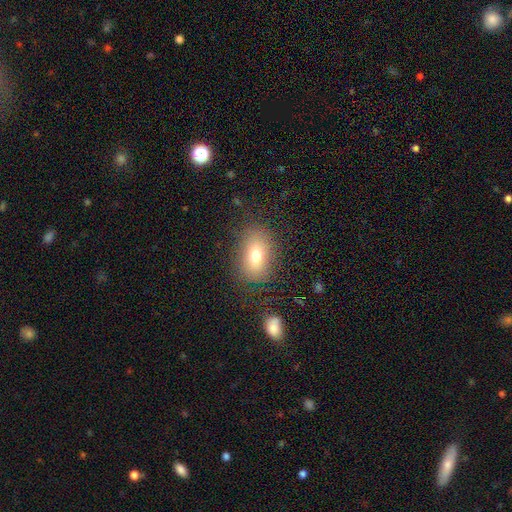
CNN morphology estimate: This appears to be a smooth galaxy with no disk features (74%) that is in between round and cigar-shaped (80%). Merging: none (80%).